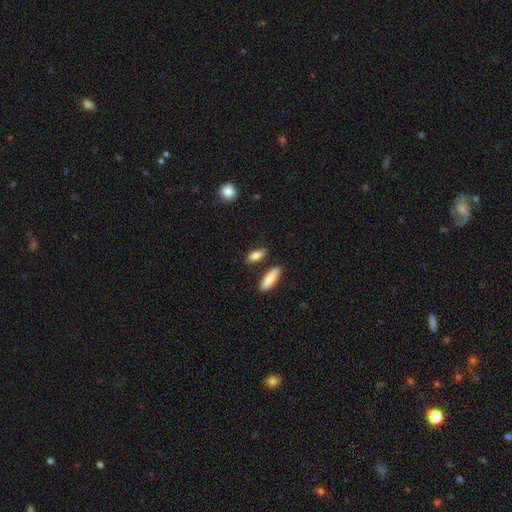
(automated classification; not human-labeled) Overall: smooth (84%). How rounded: in between (66%; cigar-shaped 30%). Merging: none (79%).